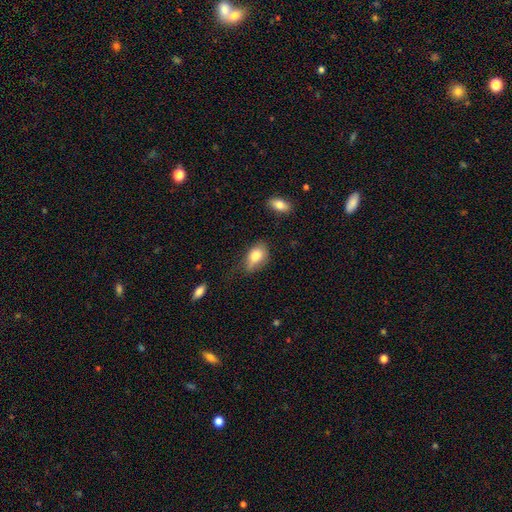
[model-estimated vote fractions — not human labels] A smooth galaxy with no disk features (81%) that is in between round and cigar-shaped (85%).

Vote fractions:
- Smooth or featured? smooth: 81% / featured or disk: 12% / star or artifact: 7%
- How rounded? in between: 85% / round: 12% / cigar-shaped: 2%
- Merging? none: 49% / minor disturbance: 36% / major disturbance: 12% / merger: 3%